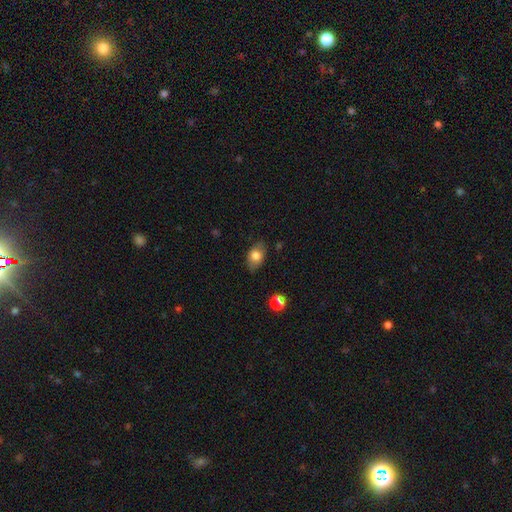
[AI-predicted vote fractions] Smooth or featured: smooth — 76% (featured or disk — 16%)
How rounded: in between — 85% (round — 13%)
Merging: none — 78% (minor disturbance — 17%)